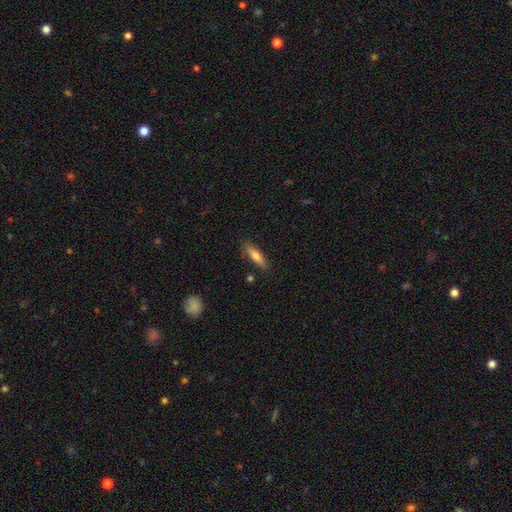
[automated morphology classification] smooth-or-featured: smooth: 70% | featured or disk: 23% | star or artifact: 6%
  how-rounded: cigar-shaped: 70% | in between: 28% | round: 2%
  merging: none: 85% | minor disturbance: 11% | major disturbance: 2% | merger: 2%